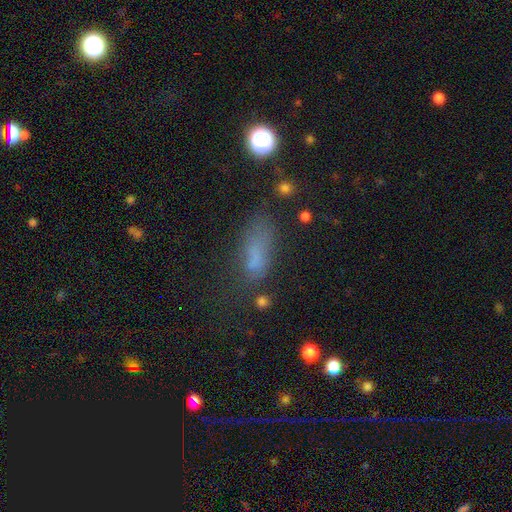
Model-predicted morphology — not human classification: This is likely a smooth galaxy (65%). How rounded: likely in between (63%). Merging: marginally none (44%).